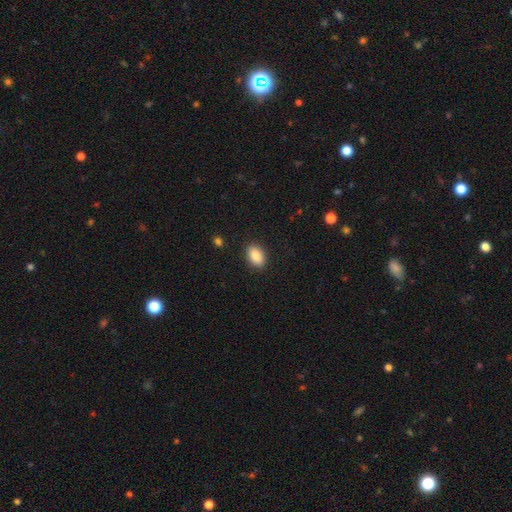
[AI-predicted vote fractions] smooth_or_featured: smooth (p=0.87) [alt: star or artifact p=0.07]
how_rounded: in between (p=0.88) [alt: round p=0.10]
merging: none (p=0.89) [alt: minor disturbance p=0.08]